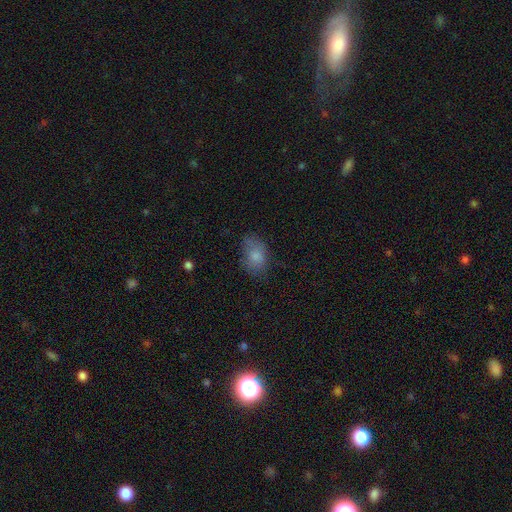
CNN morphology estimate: type=smooth (79%); roundness=in between (83%); merging=none (62%).